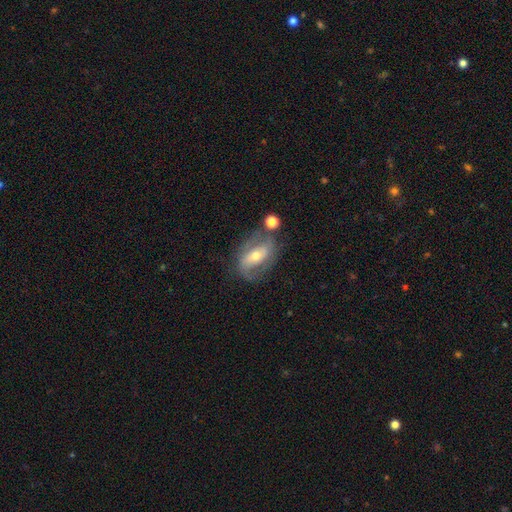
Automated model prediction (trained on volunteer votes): A featured or disk galaxy (72%) with a strong bar (41%), spiral arms (75%) and a moderate central bulge (55%). Merging: none (58%).